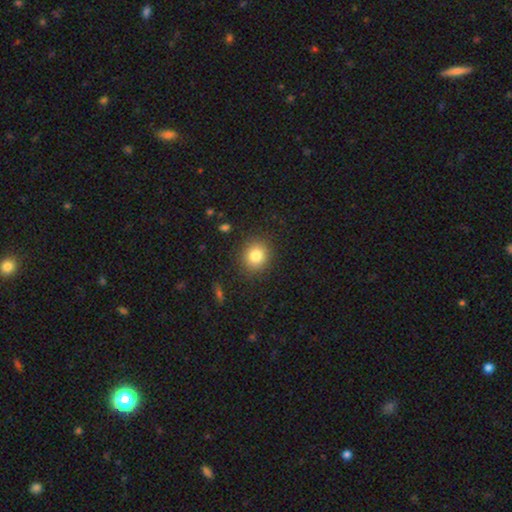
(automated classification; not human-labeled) Q: Smooth or featured?
A: smooth (82%); runner-up: star or artifact (11%)
Q: How rounded?
A: round (83%); runner-up: in between (16%)
Q: Merging?
A: none (88%); runner-up: minor disturbance (8%)